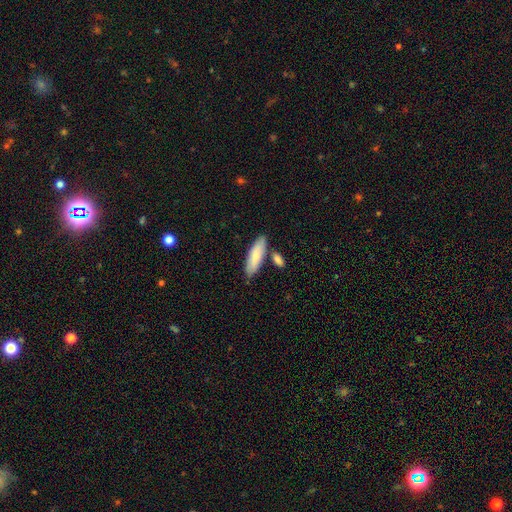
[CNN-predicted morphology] Smooth or featured?
  - smooth: 75% *
  - featured or disk: 19%
  - star or artifact: 5%
How rounded?
  - in between: 52% *
  - cigar-shaped: 46%
  - round: 2%
Merging?
  - none: 73% *
  - minor disturbance: 13%
  - merger: 12%
  - major disturbance: 3%